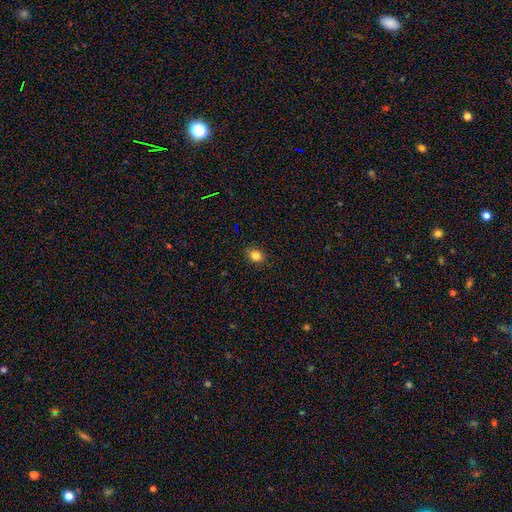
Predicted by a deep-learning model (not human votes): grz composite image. It shows a smooth galaxy with no disk features (82%) that is round (57%). Merging: none (87%).